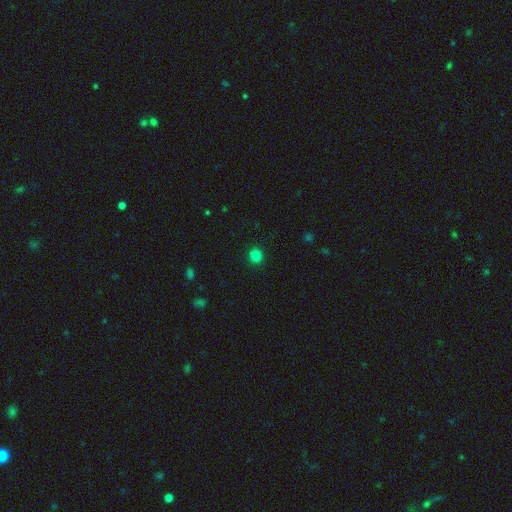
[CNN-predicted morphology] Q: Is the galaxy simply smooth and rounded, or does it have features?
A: smooth — 83%.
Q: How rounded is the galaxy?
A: round — 86%.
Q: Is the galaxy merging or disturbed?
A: none — 92%.